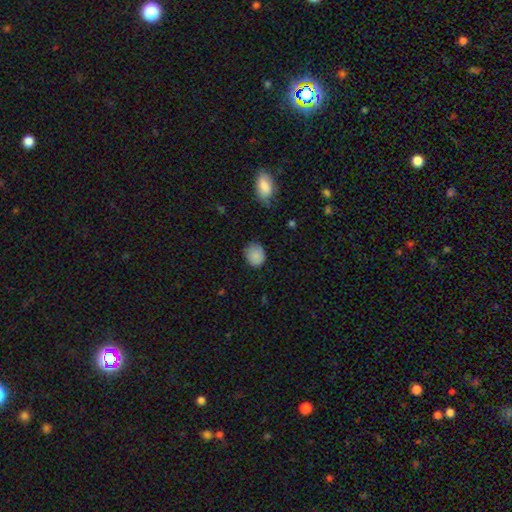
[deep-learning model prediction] A smooth galaxy with no disk features (86%) that is round (67%).

Vote fractions:
- Smooth or featured? smooth: 86% / star or artifact: 9% / featured or disk: 5%
- How rounded? round: 67% / in between: 32% / cigar-shaped: 1%
- Merging? none: 73% / minor disturbance: 22% / major disturbance: 4% / merger: 1%